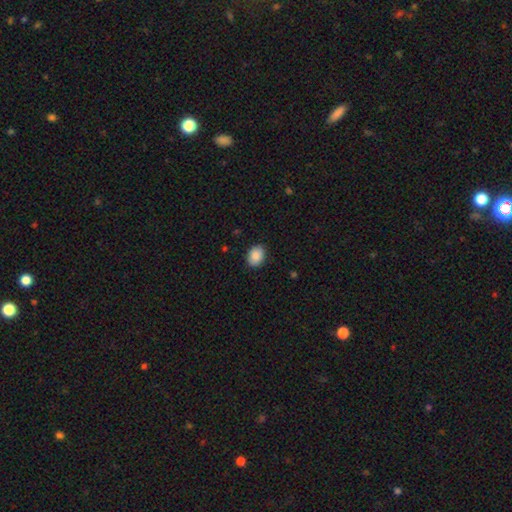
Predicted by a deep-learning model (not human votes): This is clearly a smooth galaxy (88%). How rounded: likely in between (68%). Merging: clearly none (87%).